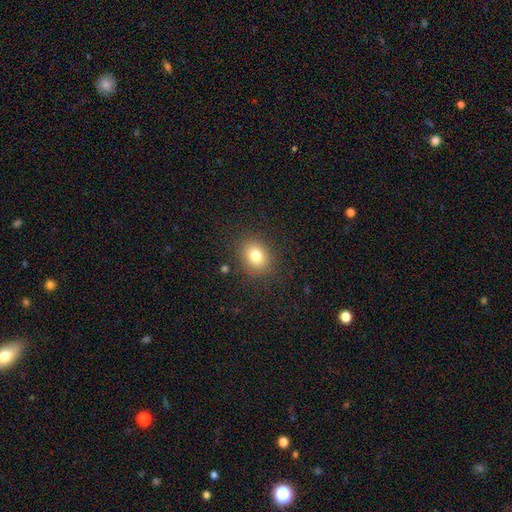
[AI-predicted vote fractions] Overall: smooth (79%). How rounded: round (57%; in between 42%). Merging: none (86%).